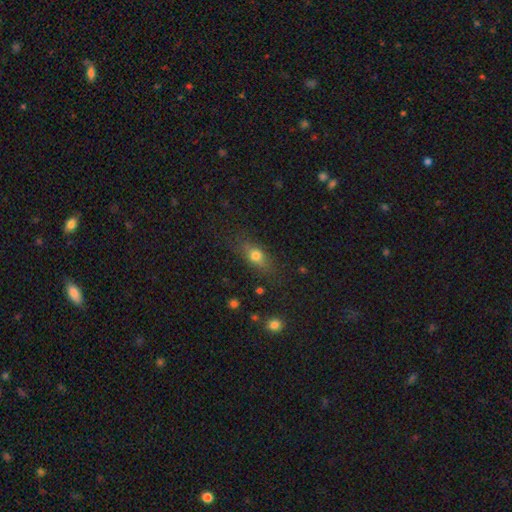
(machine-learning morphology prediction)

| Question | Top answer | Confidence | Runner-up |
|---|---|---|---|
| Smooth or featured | smooth | 69% | featured or disk (18%) |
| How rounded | in between | 63% | cigar-shaped (20%) |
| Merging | none | 75% | minor disturbance (16%) |